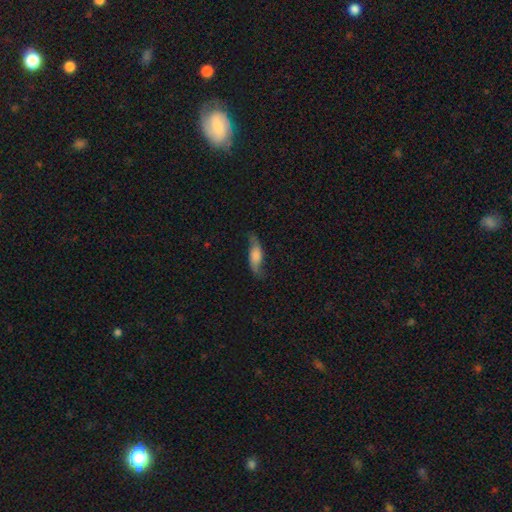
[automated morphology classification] A featured or disk galaxy (47%). Merging: none (68%).